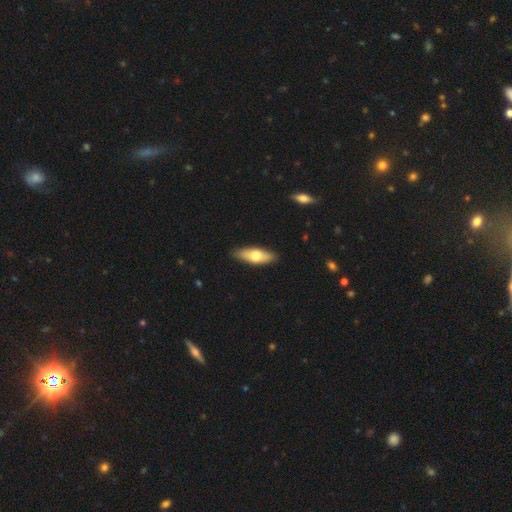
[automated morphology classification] The model was most divided on "how rounded": in between: 62%, cigar-shaped: 36%, round: 3%. More confident: merging — none (87%); smooth or featured — smooth (61%).